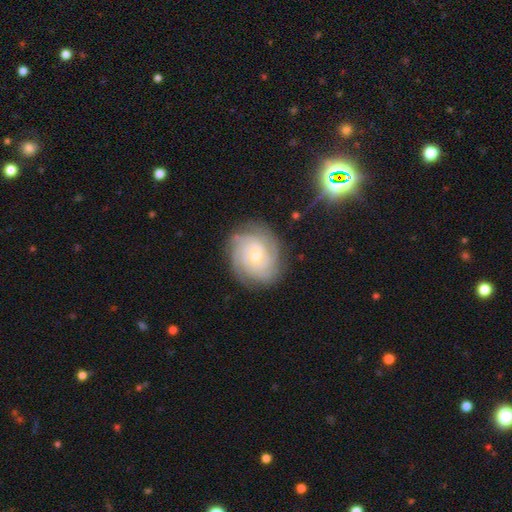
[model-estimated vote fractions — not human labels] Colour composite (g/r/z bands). It shows a featured or disk galaxy (83%) with no bar (70%), tight (80%) spiral arms (97%) and a small central bulge (59%). Merging: none (82%).